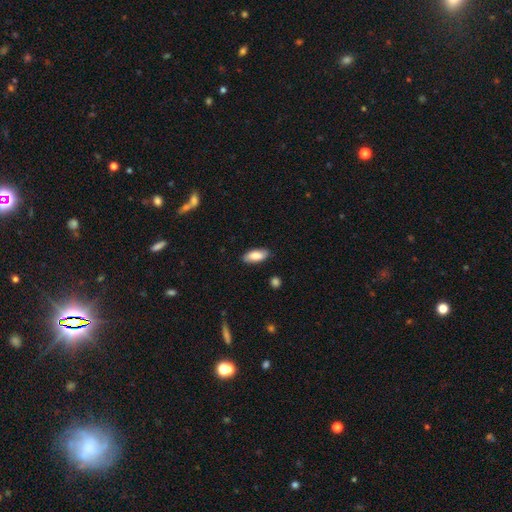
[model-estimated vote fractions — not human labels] Q: Smooth or featured?
A: smooth (82%); runner-up: featured or disk (12%)
Q: How rounded?
A: in between (86%); runner-up: cigar-shaped (12%)
Q: Merging?
A: none (86%); runner-up: minor disturbance (11%)